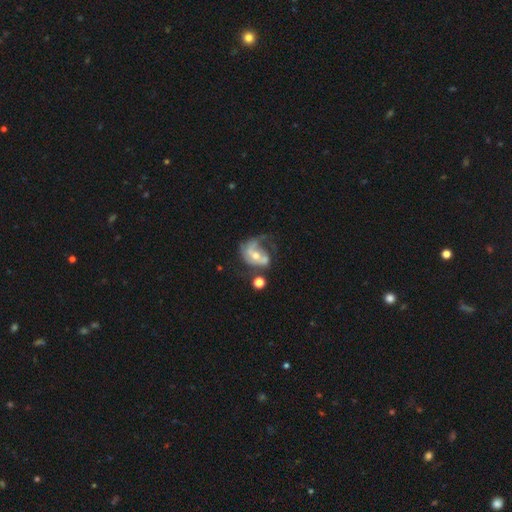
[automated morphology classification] type=featured or disk (73%); edge-on=no (97%); bar=no (50%); spiral arms=yes (81%); winding=loose (44%); arm count=1 (42%); bulge=moderate (52%); merging=major disturbance (36%).